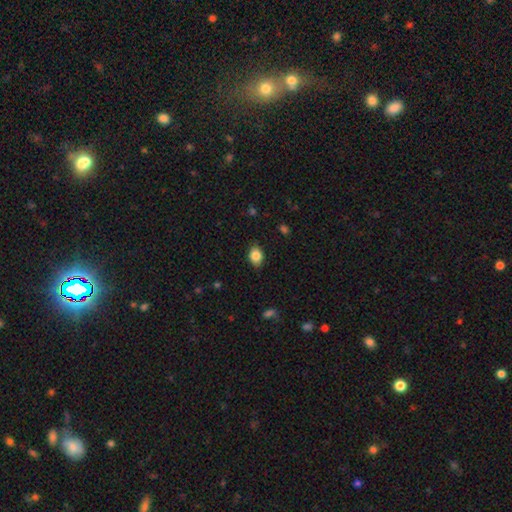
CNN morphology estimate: Smooth or featured: smooth — 85% (star or artifact — 8%)
How rounded: in between — 72% (round — 26%)
Merging: none — 86% (minor disturbance — 11%)